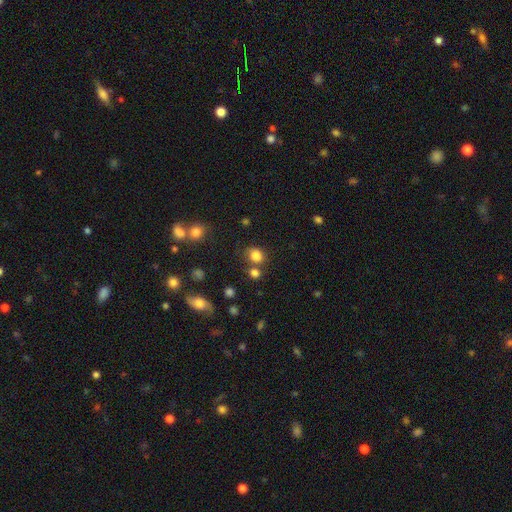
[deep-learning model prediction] smooth-or-featured: smooth: 81% | star or artifact: 13% | featured or disk: 6%
  how-rounded: round: 63% | in between: 36% | cigar-shaped: 1%
  merging: none: 62% | merger: 19% | minor disturbance: 14% | major disturbance: 5%